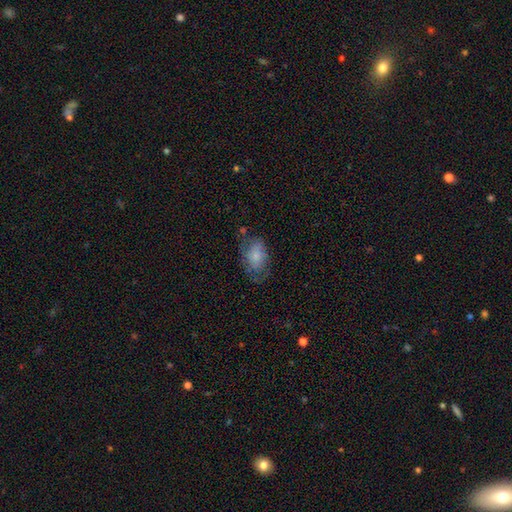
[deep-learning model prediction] The model was most divided on "merging": none: 54%, minor disturbance: 28%, major disturbance: 16%, merger: 3%. More confident: how rounded — in between (88%); smooth or featured — smooth (73%).